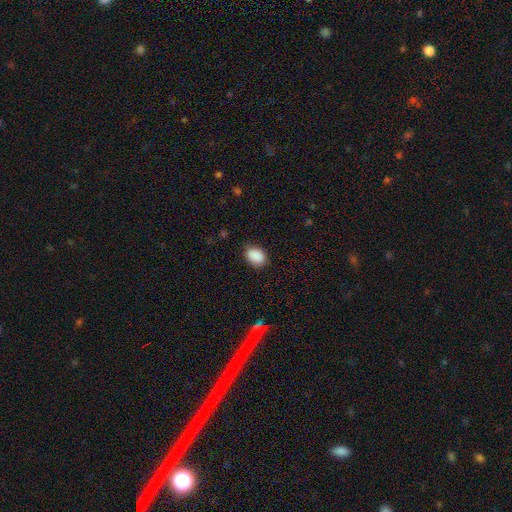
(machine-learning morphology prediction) smooth 89%, star or artifact 8%, featured or disk 3%. Down the decision tree: how rounded — in between (74%); merging — none (81%).